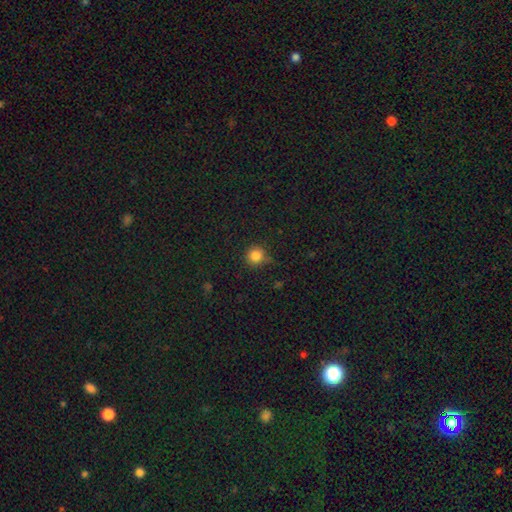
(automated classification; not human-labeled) Smooth or featured?
  - smooth: 84% *
  - star or artifact: 12%
  - featured or disk: 4%
How rounded?
  - round: 93% *
  - in between: 6%
  - cigar-shaped: 1%
Merging?
  - none: 82% *
  - minor disturbance: 13%
  - major disturbance: 3%
  - merger: 2%